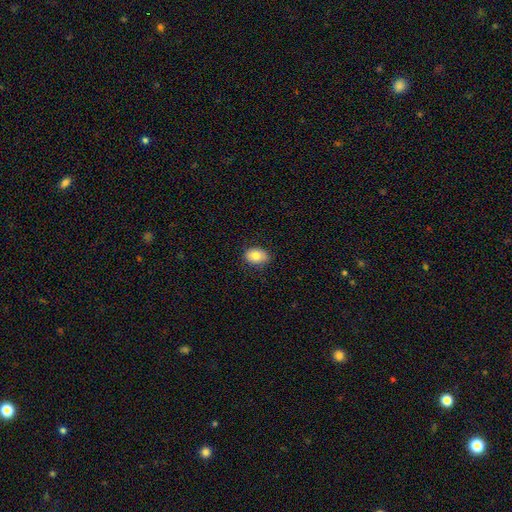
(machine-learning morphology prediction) type=smooth (80%); roundness=in between (71%); merging=none (82%).